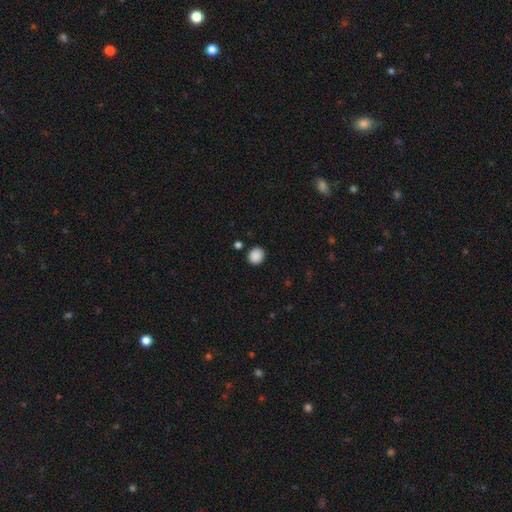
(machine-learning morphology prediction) This appears to be a smooth galaxy with no disk features (89%) that is round (80%). Merging: none (89%).